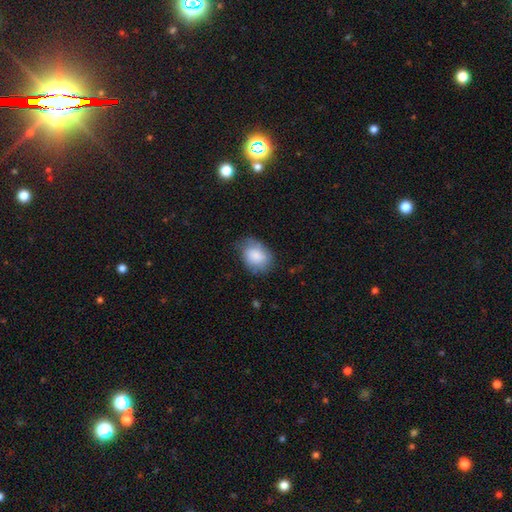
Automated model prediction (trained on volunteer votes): The model was most divided on "merging": none: 58%, minor disturbance: 30%, major disturbance: 10%, merger: 2%. More confident: smooth or featured — smooth (78%); how rounded — in between (69%).